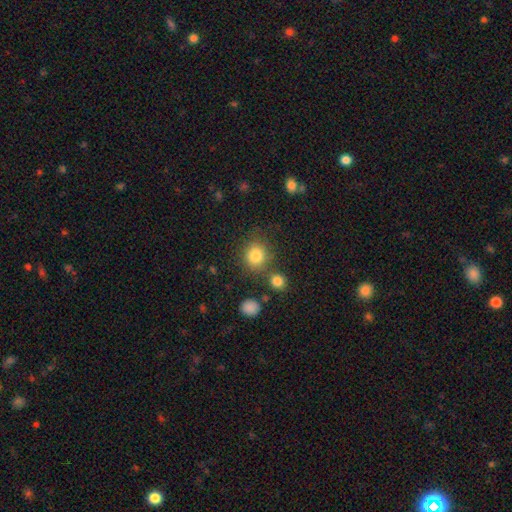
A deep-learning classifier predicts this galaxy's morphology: Overall: smooth (82%). How rounded: round (83%). Merging: none (73%).